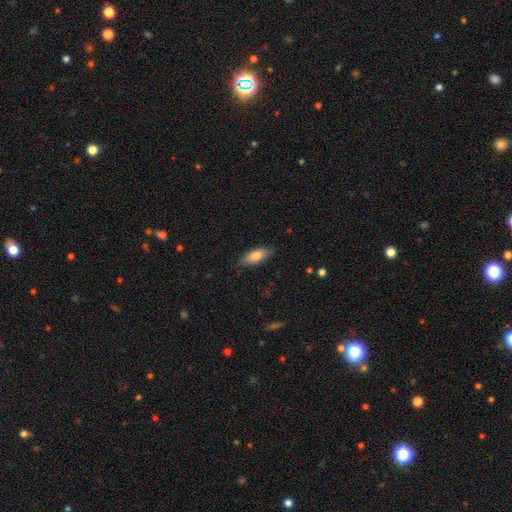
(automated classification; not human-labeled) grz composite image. It shows a smooth galaxy with no disk features (76%) that is in between round and cigar-shaped (72%). Merging: none (83%).